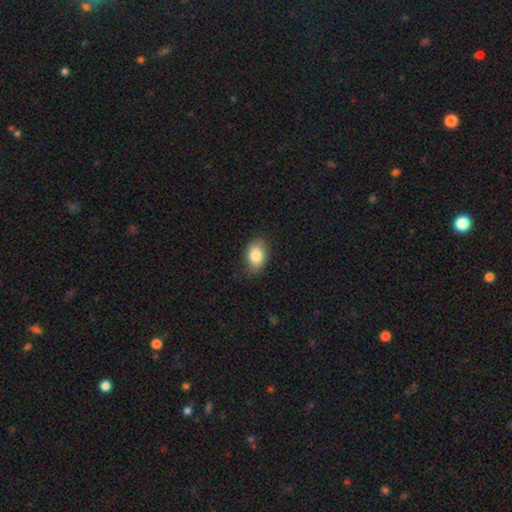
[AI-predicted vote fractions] This is clearly a smooth galaxy (83%). How rounded: clearly in between (84%). Merging: likely none (80%).